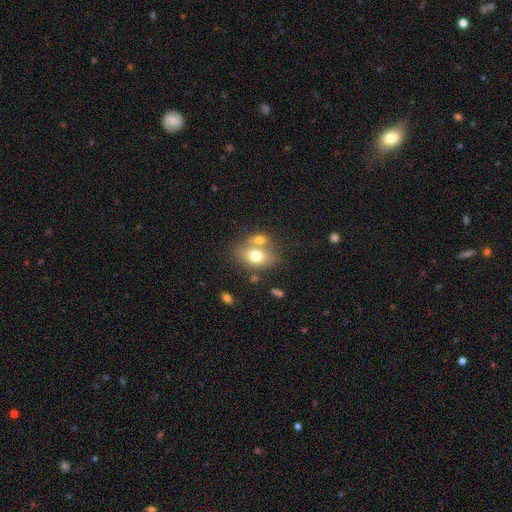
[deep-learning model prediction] A smooth galaxy with no disk features (72%) that is in between round and cigar-shaped (70%). Merging: none (43%).